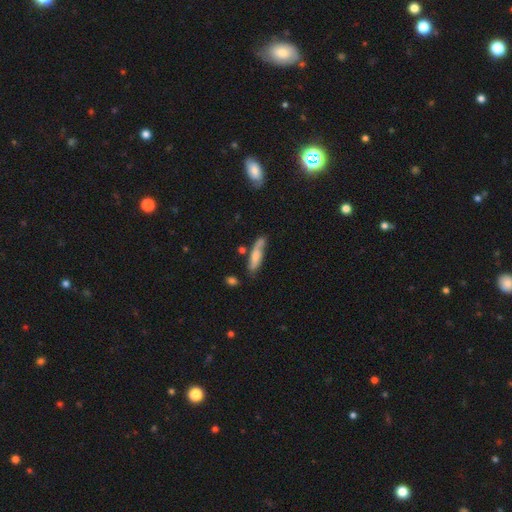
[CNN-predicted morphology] smooth 59%, featured or disk 35%, star or artifact 7%. Down the decision tree: how rounded — cigar-shaped (66%); merging — none (60%).